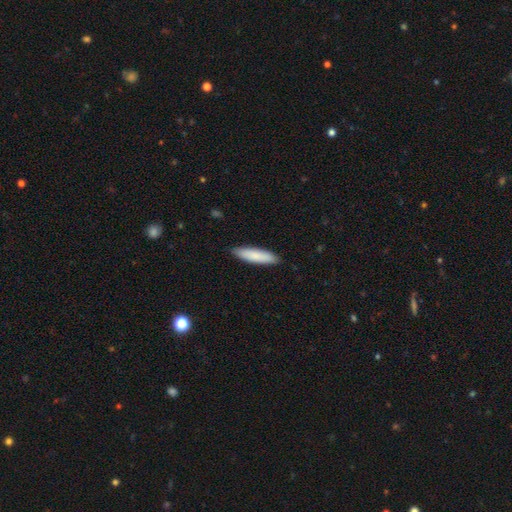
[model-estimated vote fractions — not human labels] Overall: smooth (85%). How rounded: cigar-shaped (70%). Merging: none (89%).